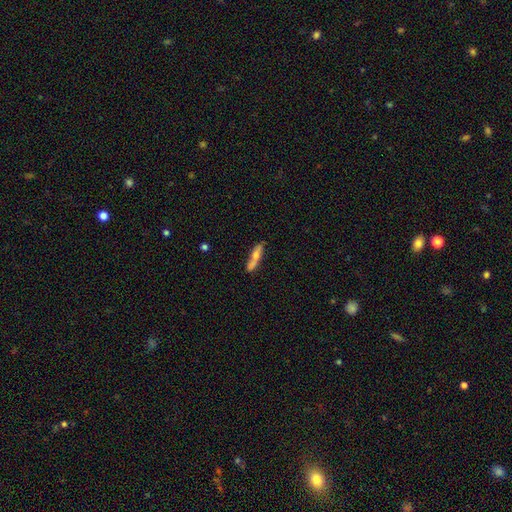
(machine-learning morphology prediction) Q: Smooth or featured?
A: featured or disk (47%); runner-up: smooth (46%)
Q: Merging?
A: none (69%); runner-up: minor disturbance (17%)